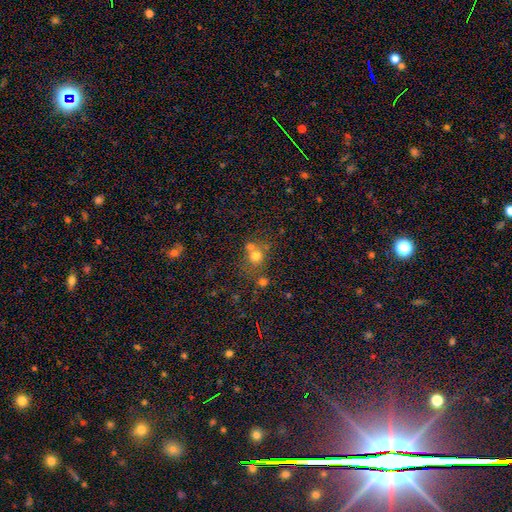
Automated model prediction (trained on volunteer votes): This is likely a smooth galaxy (70%). How rounded: clearly round (85%). Merging: possibly none (52%).